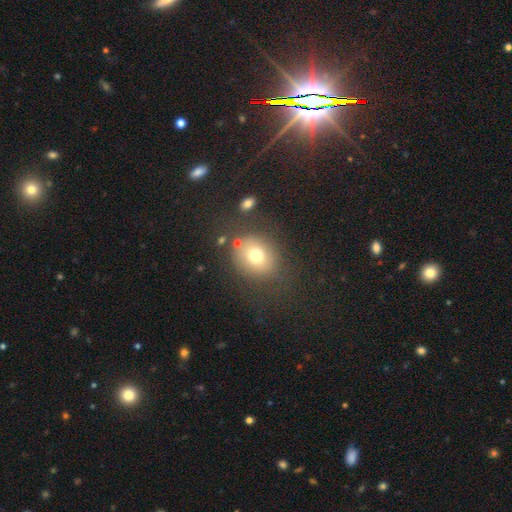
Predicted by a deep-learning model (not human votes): A smooth galaxy with no disk features (72%) that is round (67%). Merging: none (74%).